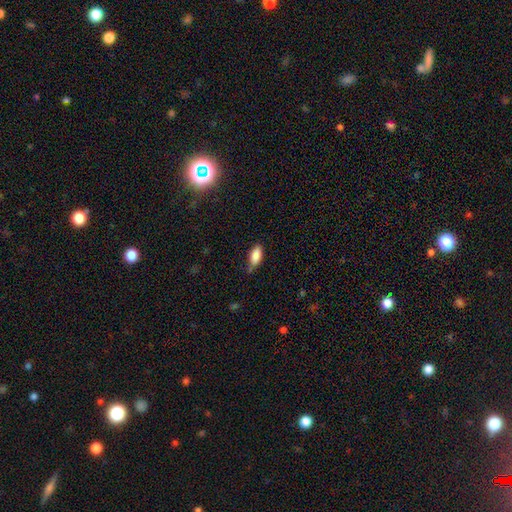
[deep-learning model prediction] Q: Smooth or featured?
A: smooth (87%); runner-up: star or artifact (7%)
Q: How rounded?
A: in between (85%); runner-up: cigar-shaped (13%)
Q: Merging?
A: none (74%); runner-up: minor disturbance (20%)